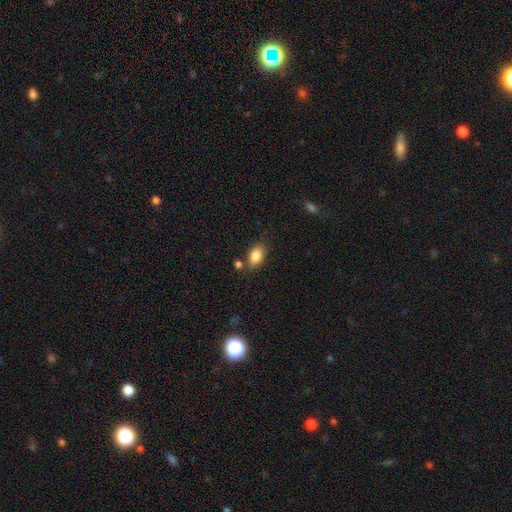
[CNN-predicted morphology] smooth-or-featured: smooth: 86% | star or artifact: 8% | featured or disk: 6%
  how-rounded: in between: 88% | round: 10% | cigar-shaped: 2%
  merging: none: 74% | minor disturbance: 14% | merger: 9% | major disturbance: 3%